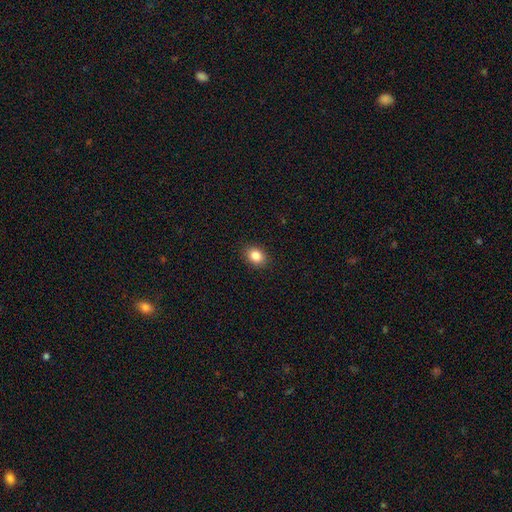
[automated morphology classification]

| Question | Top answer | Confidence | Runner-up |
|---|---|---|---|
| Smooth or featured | smooth | 85% | star or artifact (9%) |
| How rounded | in between | 64% | round (35%) |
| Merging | none | 89% | minor disturbance (8%) |